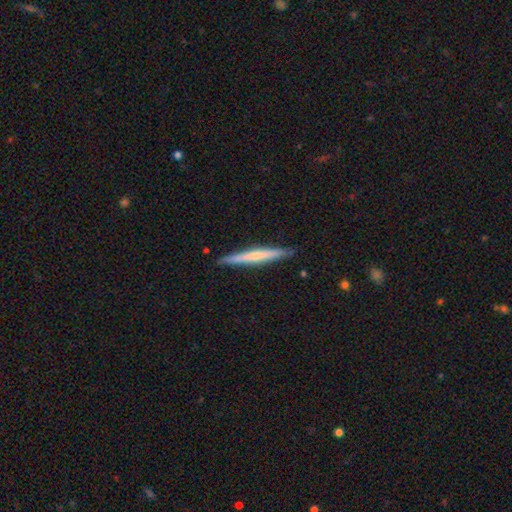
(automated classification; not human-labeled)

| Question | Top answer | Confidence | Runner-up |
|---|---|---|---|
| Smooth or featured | featured or disk | 49% | smooth (45%) |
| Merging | none | 90% | minor disturbance (8%) |